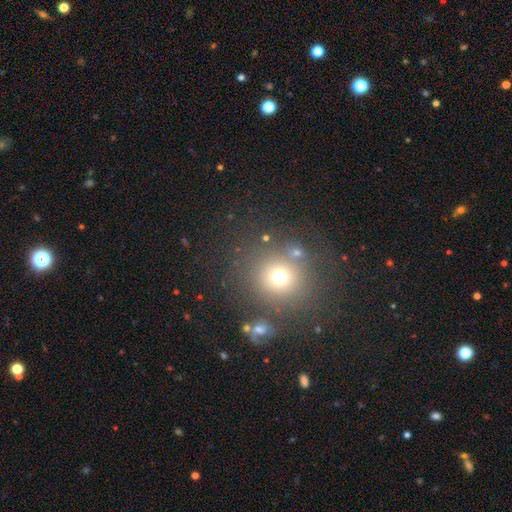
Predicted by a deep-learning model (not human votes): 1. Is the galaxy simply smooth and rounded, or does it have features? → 55% smooth, 35% star or artifact, 10% featured or disk.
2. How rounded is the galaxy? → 89% round, 10% in between, 1% cigar-shaped.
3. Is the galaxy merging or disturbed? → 80% none, 8% minor disturbance, 7% merger, 4% major disturbance.